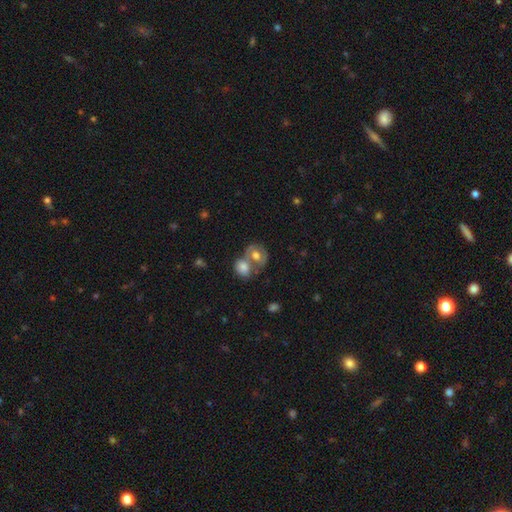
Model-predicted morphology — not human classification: smooth 58%, featured or disk 33%, star or artifact 9%. Down the decision tree: how rounded — round (54%); merging — merger (57%).